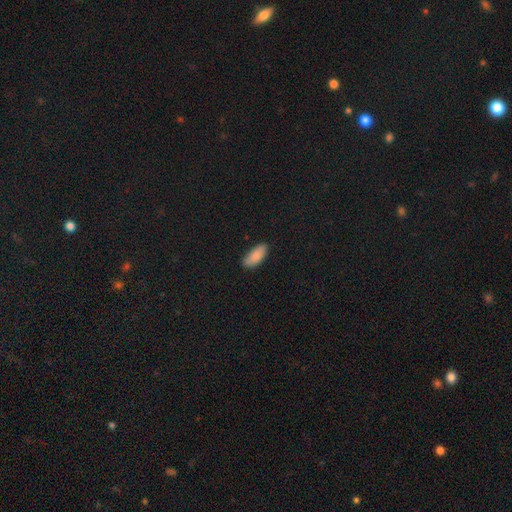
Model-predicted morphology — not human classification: Smooth or featured: smooth — 87% (featured or disk — 7%)
How rounded: in between — 87% (cigar-shaped — 11%)
Merging: none — 81% (minor disturbance — 15%)